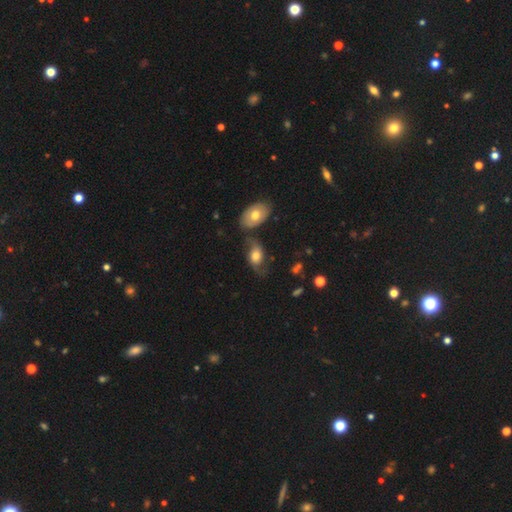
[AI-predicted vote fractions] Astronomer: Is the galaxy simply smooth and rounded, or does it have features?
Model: featured or disk — 51% (runner-up: smooth, 41%).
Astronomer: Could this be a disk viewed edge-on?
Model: no — 94%.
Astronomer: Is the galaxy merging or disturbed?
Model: none — 44% (runner-up: minor disturbance, 24%).